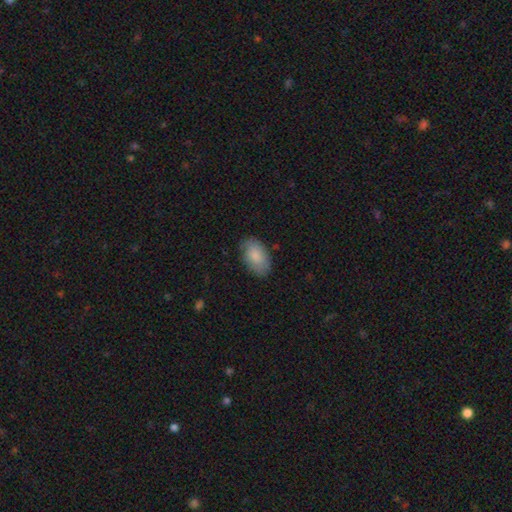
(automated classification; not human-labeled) This appears to be a smooth galaxy with no disk features (82%) that is in between round and cigar-shaped (92%). Merging: none (77%).